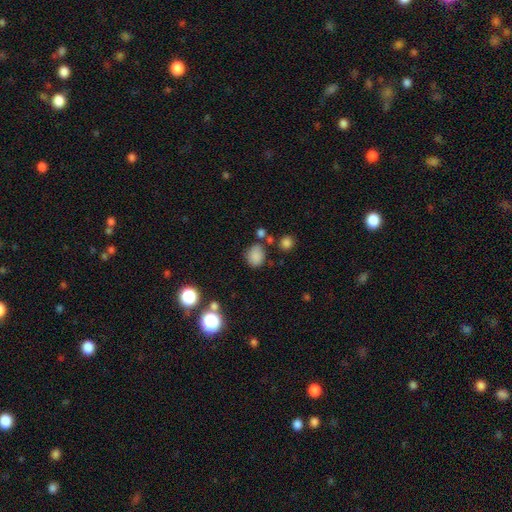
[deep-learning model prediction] smooth_or_featured: smooth (p=0.82) [alt: star or artifact p=0.13]
how_rounded: round (p=0.59) [alt: in between p=0.40]
merging: none (p=0.71) [alt: minor disturbance p=0.16]